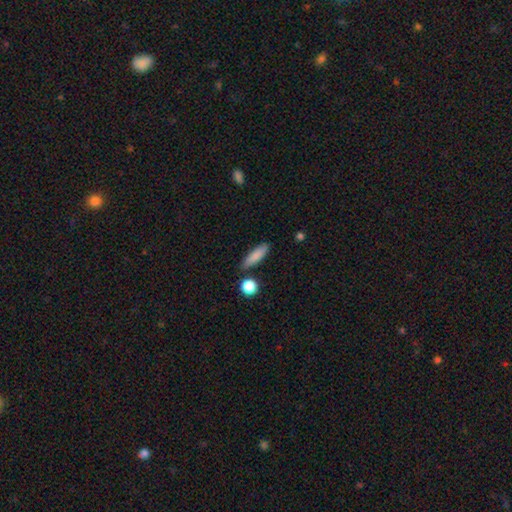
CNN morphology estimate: Overall: smooth (84%). How rounded: cigar-shaped (59%; in between 38%). Merging: none (81%).